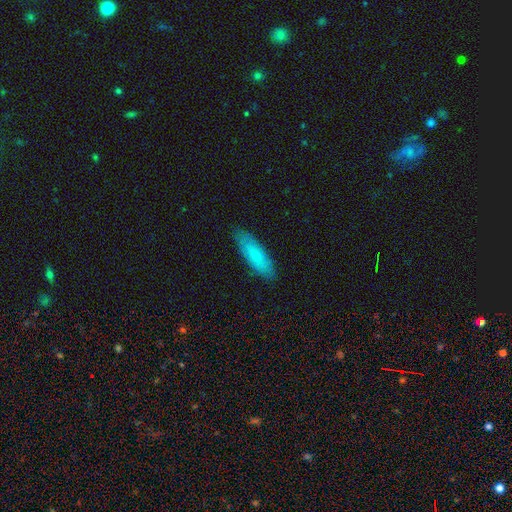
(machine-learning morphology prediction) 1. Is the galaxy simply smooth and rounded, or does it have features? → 81% smooth, 13% featured or disk, 6% star or artifact.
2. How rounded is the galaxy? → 55% cigar-shaped, 43% in between, 1% round.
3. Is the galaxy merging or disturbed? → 86% none, 11% minor disturbance, 2% major disturbance, 1% merger.